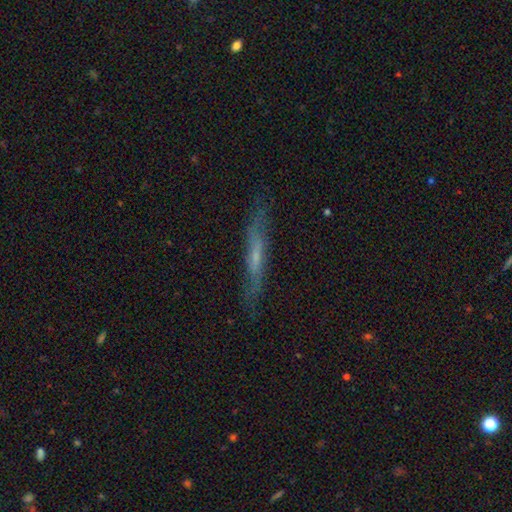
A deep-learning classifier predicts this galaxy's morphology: The model was most divided on "smooth or featured": featured or disk: 55%, smooth: 37%, star or artifact: 8%. More confident: edge-on disk — yes (77%); merging — none (77%).